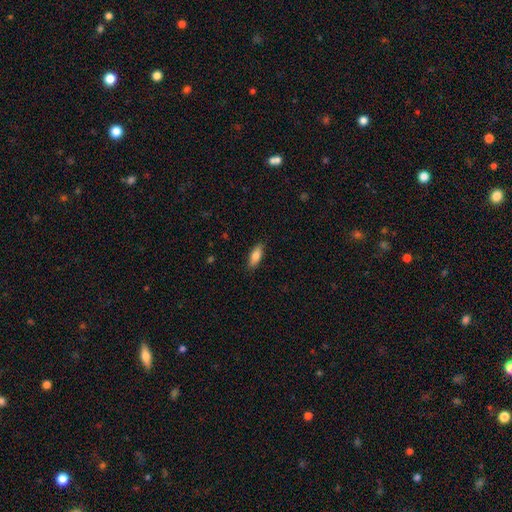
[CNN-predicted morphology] The model was most divided on "how rounded": in between: 72%, cigar-shaped: 26%, round: 2%. More confident: merging — none (87%); smooth or featured — smooth (80%).